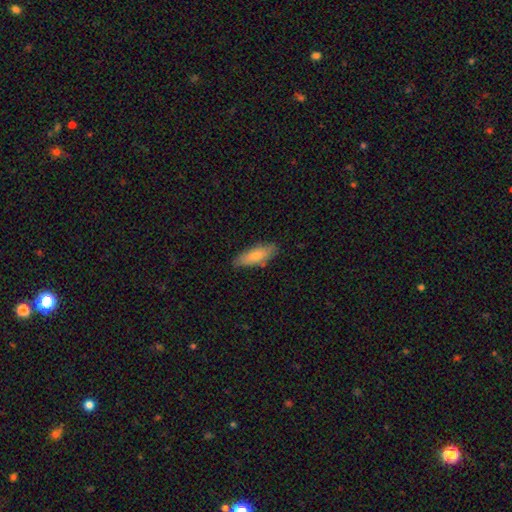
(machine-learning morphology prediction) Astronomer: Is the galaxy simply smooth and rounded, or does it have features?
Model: smooth — 72%.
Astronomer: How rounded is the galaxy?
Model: in between — 56% (runner-up: cigar-shaped, 42%).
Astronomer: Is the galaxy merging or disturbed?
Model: none — 85%.